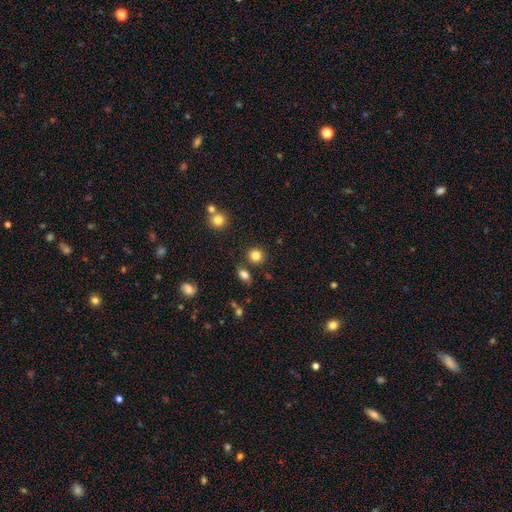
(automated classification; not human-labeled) This appears to be a smooth galaxy with no disk features (83%) that is round (87%). Merging: none (83%).